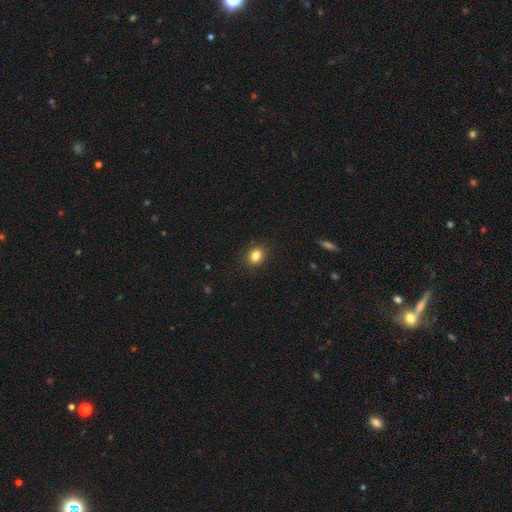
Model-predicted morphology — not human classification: smooth 83%, star or artifact 10%, featured or disk 7%. Down the decision tree: how rounded — in between (62%); merging — none (88%).